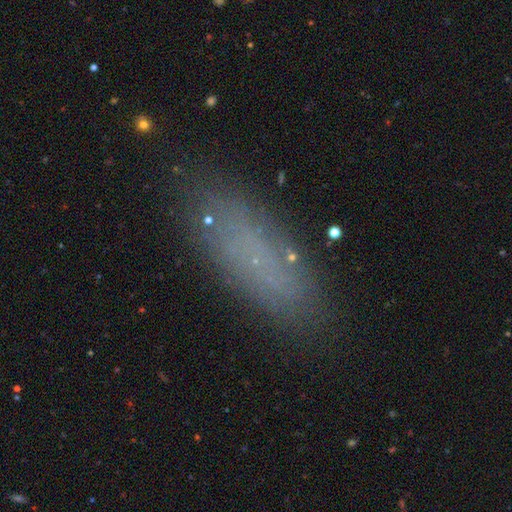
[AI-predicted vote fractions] Smooth or featured?
  - smooth: 64% *
  - featured or disk: 20%
  - star or artifact: 15%
How rounded?
  - in between: 50% *
  - cigar-shaped: 47%
  - round: 3%
Merging?
  - none: 80% *
  - minor disturbance: 13%
  - major disturbance: 5%
  - merger: 2%